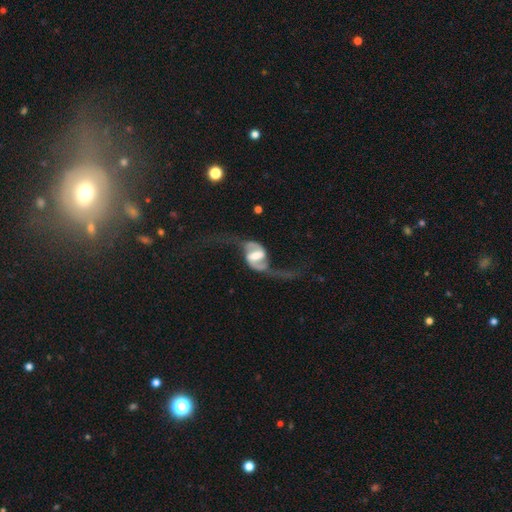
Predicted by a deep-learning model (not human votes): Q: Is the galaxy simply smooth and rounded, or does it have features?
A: featured or disk — 90%.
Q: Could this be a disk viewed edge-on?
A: no — 96%.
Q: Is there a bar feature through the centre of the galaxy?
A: strong — 53%.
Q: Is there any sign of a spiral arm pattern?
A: yes — 95%.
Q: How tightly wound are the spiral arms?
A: loose — 83%.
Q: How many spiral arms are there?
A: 2 — 94%.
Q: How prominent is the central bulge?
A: moderate — 41%.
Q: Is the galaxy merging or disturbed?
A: none — 59%.